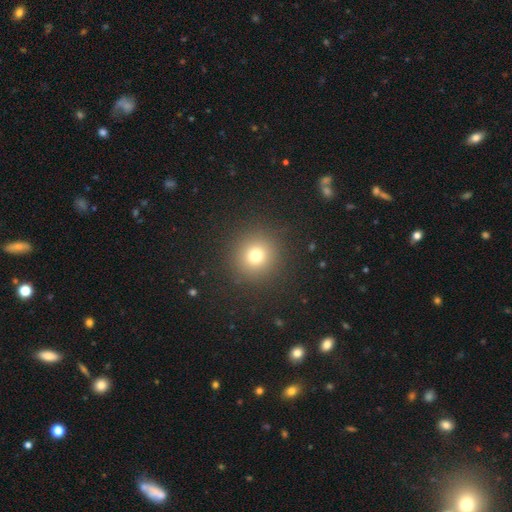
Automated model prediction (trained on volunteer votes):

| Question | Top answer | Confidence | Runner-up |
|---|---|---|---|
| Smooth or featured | smooth | 74% | star or artifact (17%) |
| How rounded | round | 94% | in between (5%) |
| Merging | none | 90% | minor disturbance (5%) |